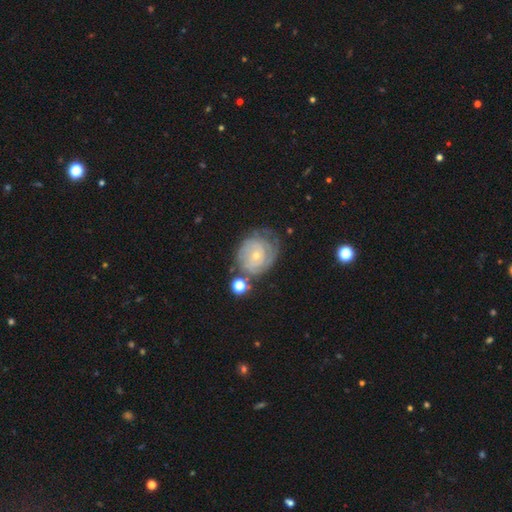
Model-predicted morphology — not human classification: The model was most divided on "spiral arm count": can't tell: 44%, 2: 23%, 3: 15%, 4: 8%, 1: 6%, more than 4: 5%. More confident: edge-on disk — no (97%); spiral arms — yes (90%); smooth or featured — featured or disk (78%); bulge size — small (76%); spiral winding — tight (76%); bar — no (74%); merging — none (55%).